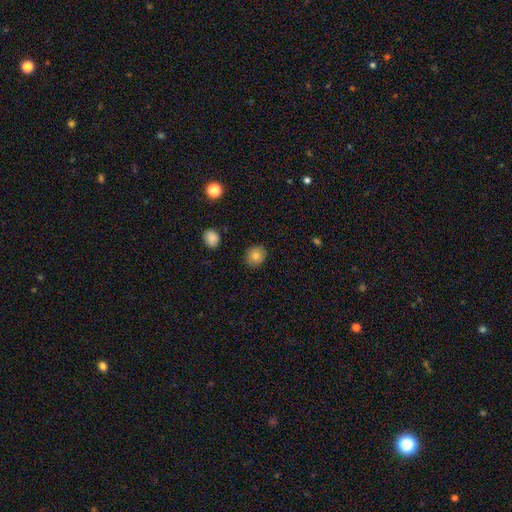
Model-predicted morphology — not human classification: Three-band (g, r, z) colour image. It shows a smooth galaxy with no disk features (79%) that is round (79%). Merging: none (89%).